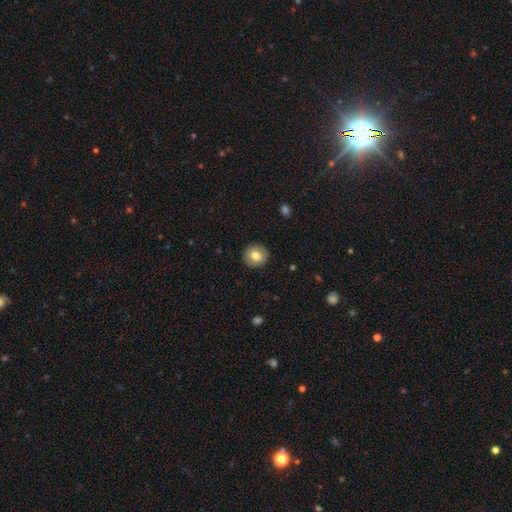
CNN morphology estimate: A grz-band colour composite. It shows a smooth galaxy with no disk features (76%) that is round (91%). Merging: none (91%).